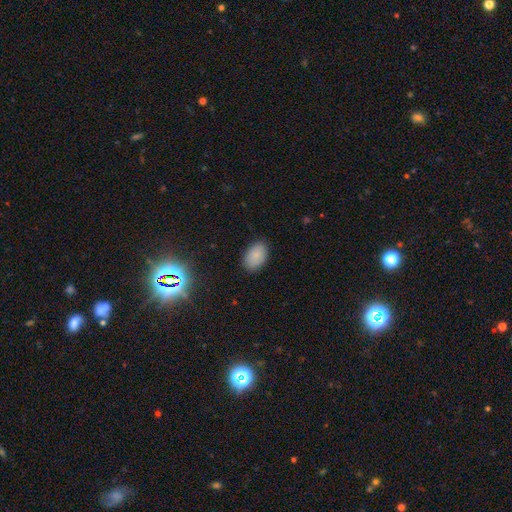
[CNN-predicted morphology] Q: Smooth or featured?
A: smooth (86%); runner-up: star or artifact (9%)
Q: How rounded?
A: in between (89%); runner-up: round (10%)
Q: Merging?
A: none (86%); runner-up: minor disturbance (11%)